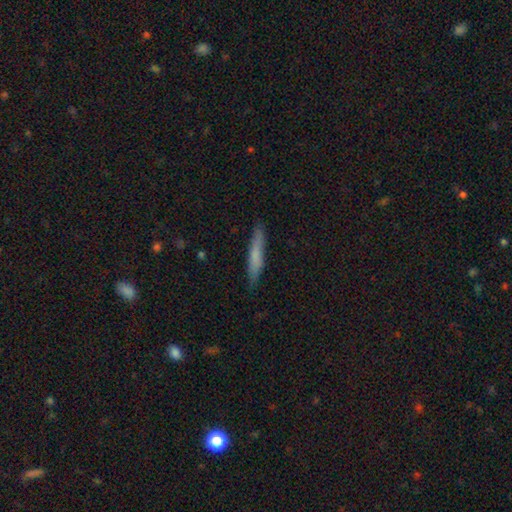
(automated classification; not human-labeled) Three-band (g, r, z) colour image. It shows a smooth galaxy with no disk features (69%) that is cigar-shaped (93%). Merging: none (86%).